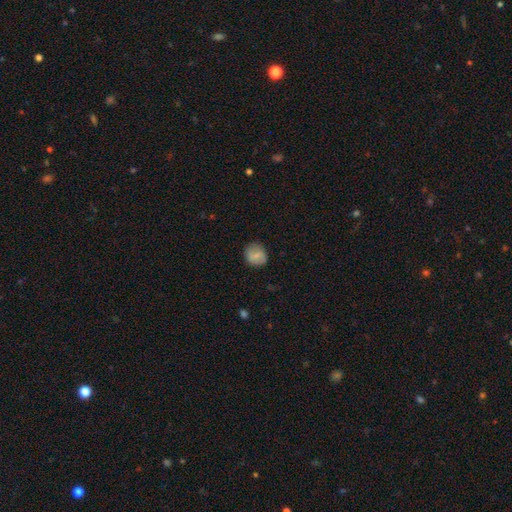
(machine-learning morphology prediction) This is likely a smooth galaxy (75%). How rounded: likely round (79%). Merging: clearly none (81%).